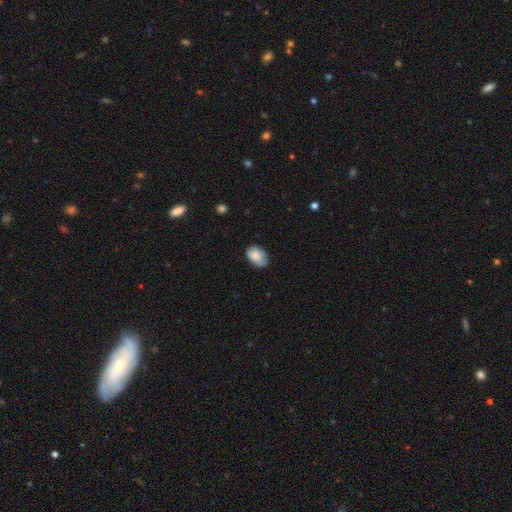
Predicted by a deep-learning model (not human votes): smooth-or-featured: smooth: 83% | featured or disk: 10% | star or artifact: 7%
  how-rounded: in between: 86% | round: 13% | cigar-shaped: 1%
  merging: none: 69% | minor disturbance: 25% | major disturbance: 5% | merger: 1%